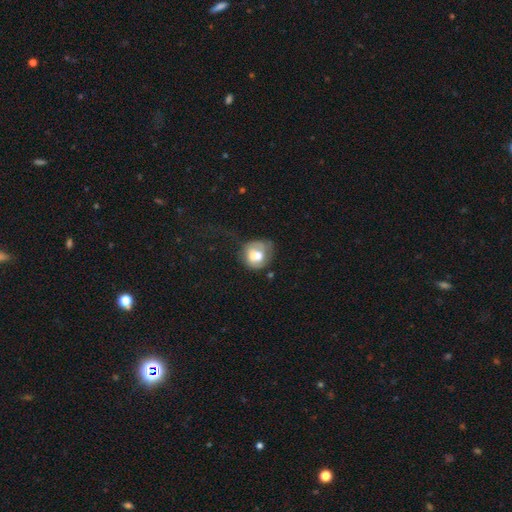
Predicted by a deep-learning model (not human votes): Morphology: type=smooth (56%); roundness=round (65%); merging=none (32%).